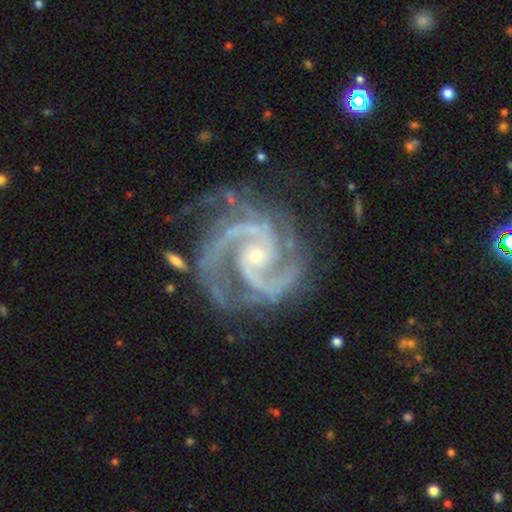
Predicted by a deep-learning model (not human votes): featured or disk 94%, star or artifact 4%, smooth 2%. Down the decision tree: edge-on disk — no (98%); bar — no (59%); spiral arms — yes (99%); spiral arm count — 2 (72%); spiral winding — medium (48%, tied with tight); bulge size — small (73%); merging — none (69%).